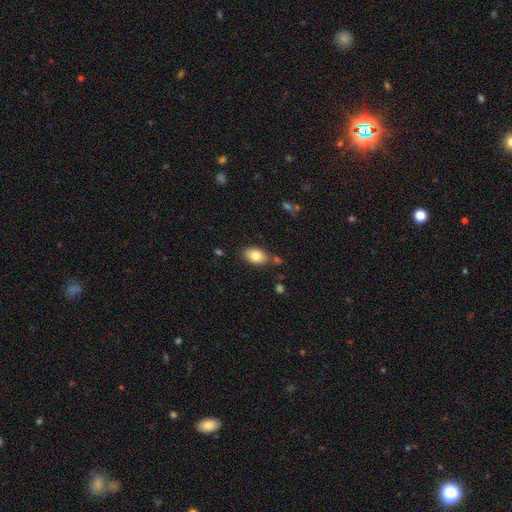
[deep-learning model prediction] This is clearly a smooth galaxy (82%). How rounded: clearly in between (88%). Merging: likely none (78%).